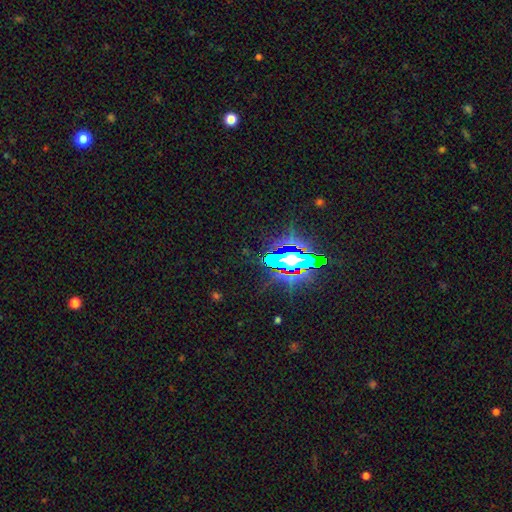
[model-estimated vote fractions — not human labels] Overall: star or artifact (82%).